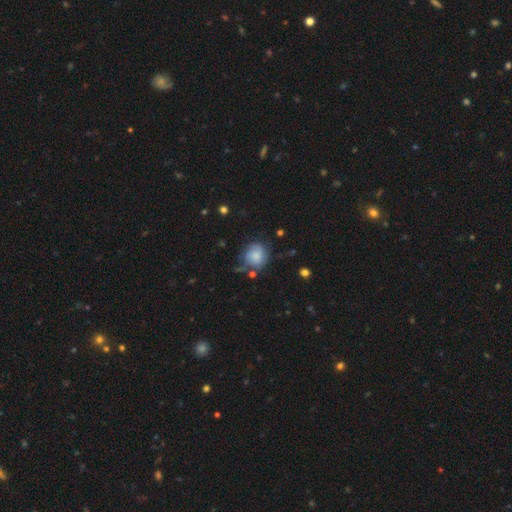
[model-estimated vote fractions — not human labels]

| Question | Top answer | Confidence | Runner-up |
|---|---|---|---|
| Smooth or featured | smooth | 66% | featured or disk (25%) |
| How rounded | round | 80% | in between (19%) |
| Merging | none | 56% | minor disturbance (27%) |